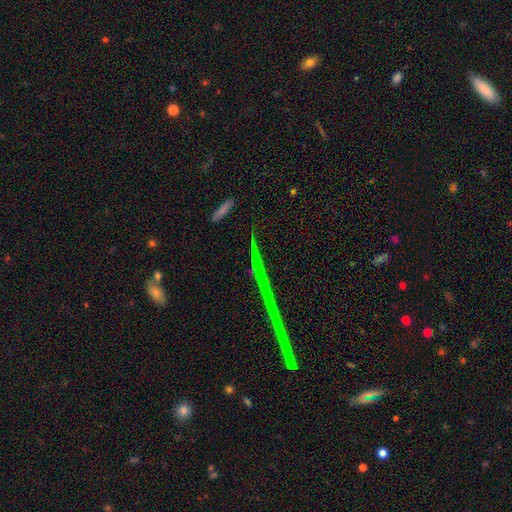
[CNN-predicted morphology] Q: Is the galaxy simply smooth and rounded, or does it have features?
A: star or artifact — 59%.